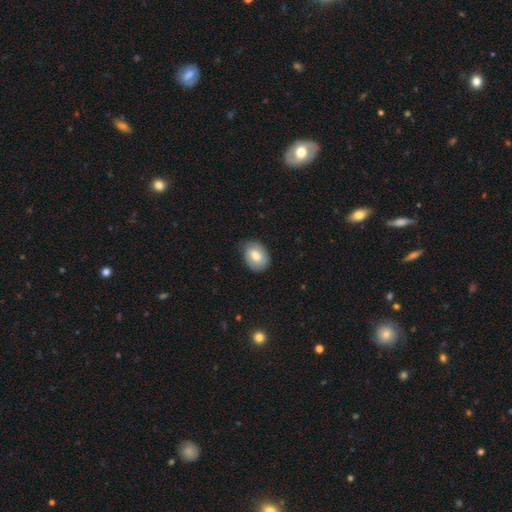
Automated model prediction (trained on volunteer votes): This is likely a smooth galaxy (71%). How rounded: likely in between (77%). Merging: likely none (75%).